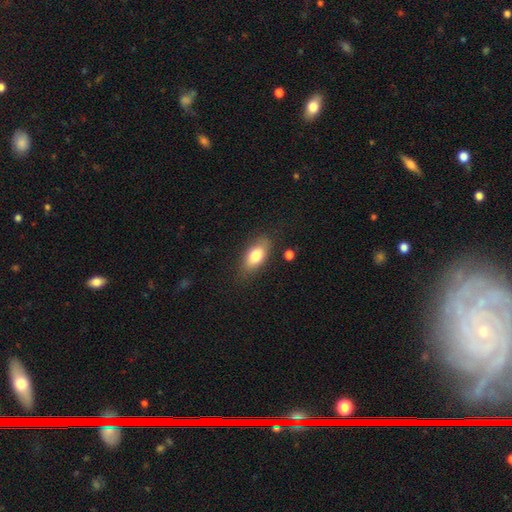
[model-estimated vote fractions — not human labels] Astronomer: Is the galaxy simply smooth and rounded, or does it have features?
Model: smooth — 77%.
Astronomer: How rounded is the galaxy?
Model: in between — 86%.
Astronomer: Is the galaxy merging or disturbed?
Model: none — 80%.